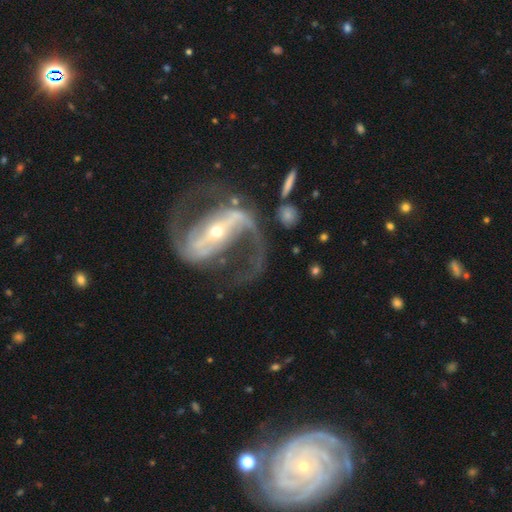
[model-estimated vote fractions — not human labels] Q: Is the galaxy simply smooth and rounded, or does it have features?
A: featured or disk — 91%.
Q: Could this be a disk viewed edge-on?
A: no — 95%.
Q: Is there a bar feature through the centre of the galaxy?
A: strong — 69%.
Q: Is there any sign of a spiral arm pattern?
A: yes — 97%.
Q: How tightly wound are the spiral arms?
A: medium — 47%.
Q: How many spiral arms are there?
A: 2 — 89%.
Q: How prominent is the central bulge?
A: small — 70%.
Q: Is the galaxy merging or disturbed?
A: none — 56%.